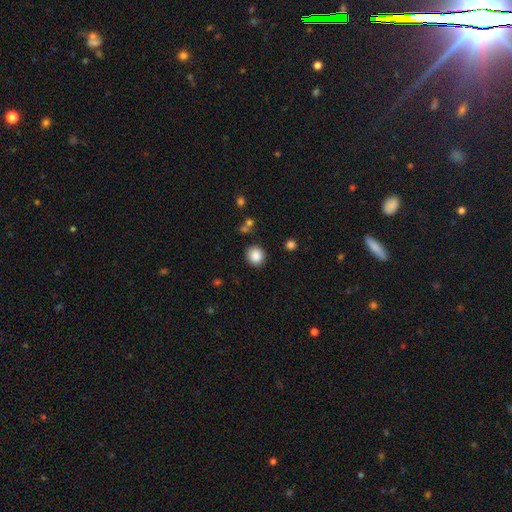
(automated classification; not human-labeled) smooth-or-featured: smooth: 87% | star or artifact: 9% | featured or disk: 4%
  how-rounded: round: 82% | in between: 17% | cigar-shaped: 1%
  merging: none: 86% | minor disturbance: 8% | merger: 3% | major disturbance: 3%